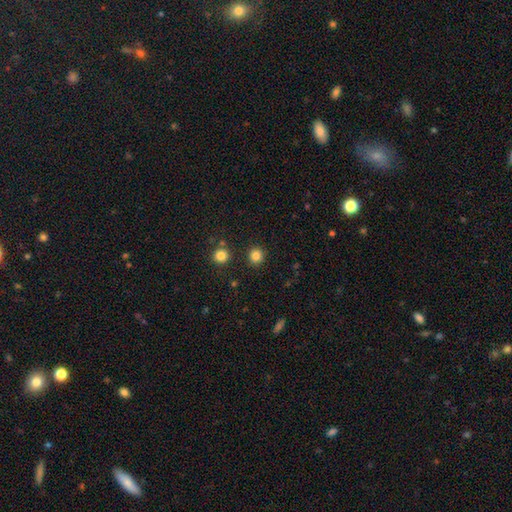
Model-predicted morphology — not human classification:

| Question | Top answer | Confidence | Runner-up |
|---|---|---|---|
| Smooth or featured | smooth | 84% | star or artifact (12%) |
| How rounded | round | 92% | in between (7%) |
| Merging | none | 90% | minor disturbance (5%) |